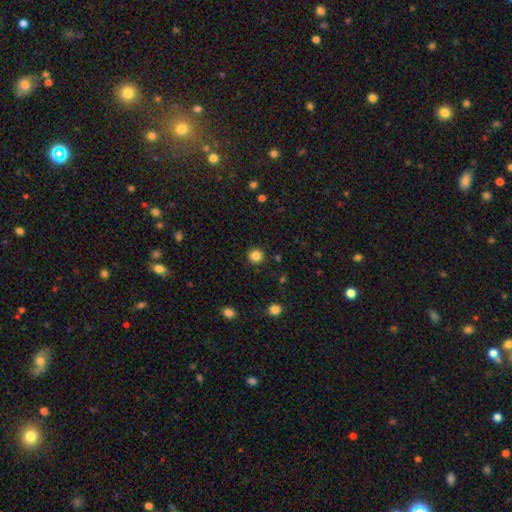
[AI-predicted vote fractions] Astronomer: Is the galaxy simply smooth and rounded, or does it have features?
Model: smooth — 84%.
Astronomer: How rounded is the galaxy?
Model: round — 95%.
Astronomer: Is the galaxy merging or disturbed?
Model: none — 91%.